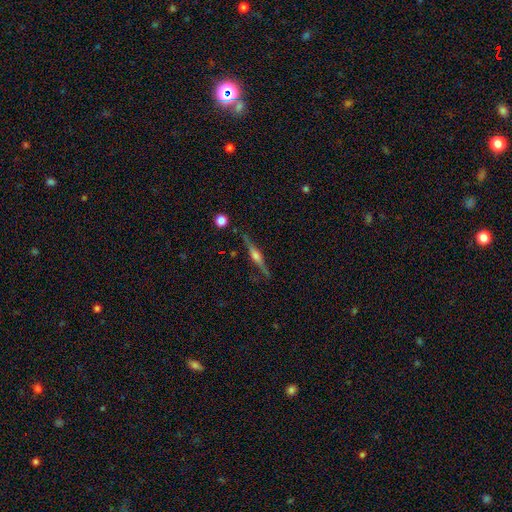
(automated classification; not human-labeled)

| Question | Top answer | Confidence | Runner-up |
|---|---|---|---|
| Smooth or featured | featured or disk | 83% | smooth (11%) |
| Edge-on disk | yes | 98% | no (2%) |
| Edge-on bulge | rounded | 84% | boxy (12%) |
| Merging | none | 87% | minor disturbance (9%) |